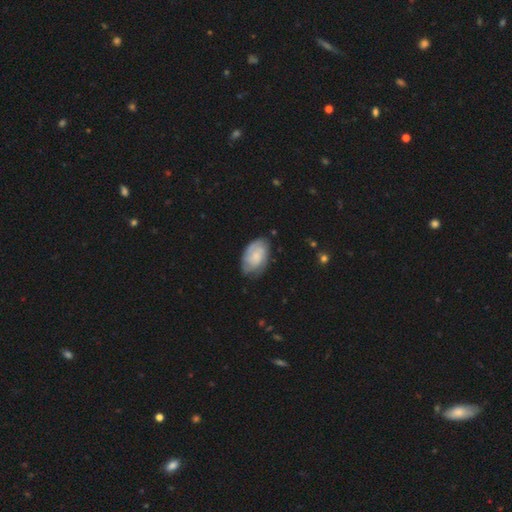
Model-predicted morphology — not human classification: This is possibly a smooth galaxy (48%). Merging: likely none (67%).